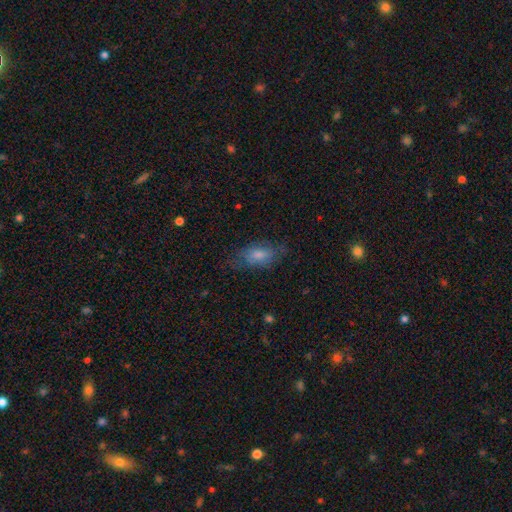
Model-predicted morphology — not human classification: Smooth or featured? smooth (53%)
How rounded? in between (79%)
Merging? none (70%)